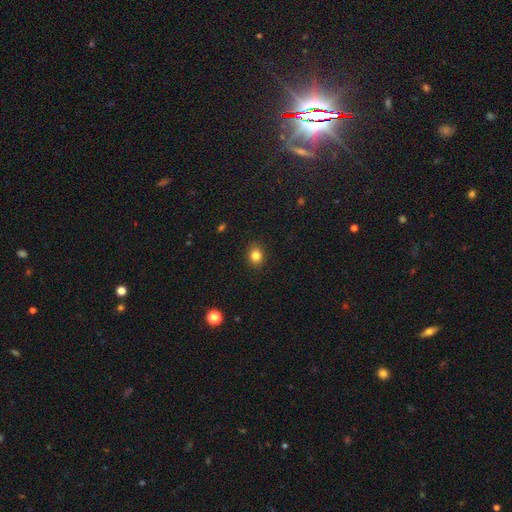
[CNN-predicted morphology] The model was most divided on "how rounded": round: 55%, in between: 44%, cigar-shaped: 1%. More confident: merging — none (88%); smooth or featured — smooth (84%).